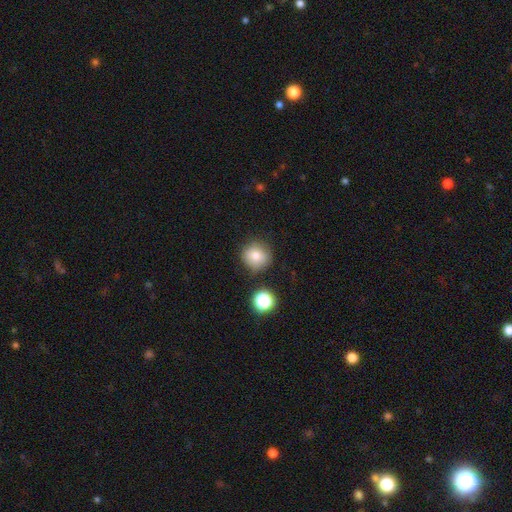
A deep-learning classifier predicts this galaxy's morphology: smooth 78%, star or artifact 13%, featured or disk 9%. Down the decision tree: how rounded — round (91%); merging — none (79%).